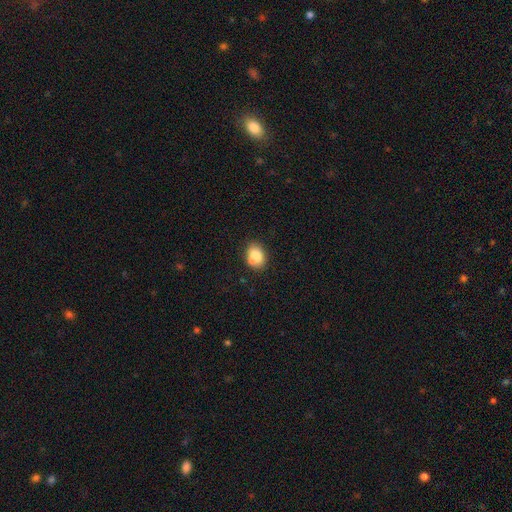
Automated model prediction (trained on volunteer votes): A smooth galaxy with no disk features (78%) that is in between round and cigar-shaped (62%). Merging: none (60%).